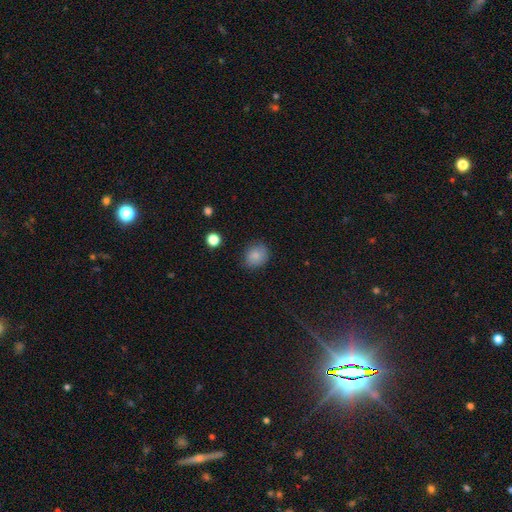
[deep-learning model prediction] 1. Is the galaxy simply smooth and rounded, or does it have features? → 84% smooth, 10% star or artifact, 6% featured or disk.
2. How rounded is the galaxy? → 63% round, 36% in between, 1% cigar-shaped.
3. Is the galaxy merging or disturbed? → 78% none, 17% minor disturbance, 4% major disturbance, 1% merger.